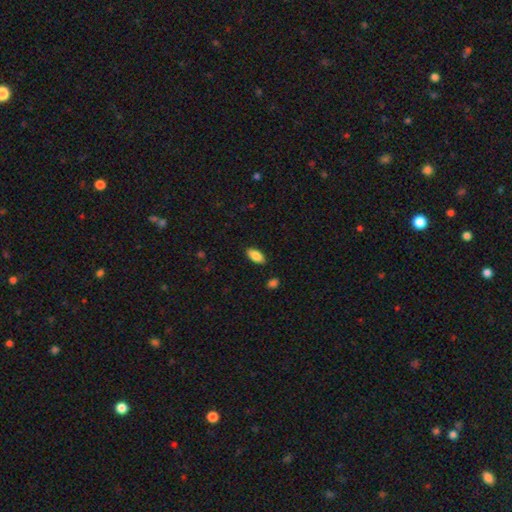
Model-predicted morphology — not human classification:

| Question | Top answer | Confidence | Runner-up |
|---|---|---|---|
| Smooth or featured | smooth | 85% | featured or disk (8%) |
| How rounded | in between | 90% | cigar-shaped (8%) |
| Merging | none | 87% | minor disturbance (9%) |